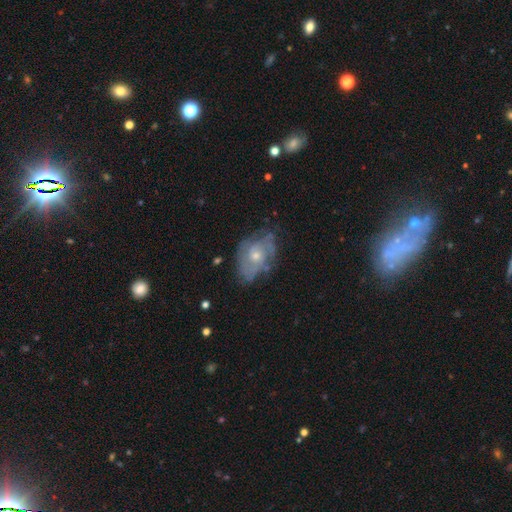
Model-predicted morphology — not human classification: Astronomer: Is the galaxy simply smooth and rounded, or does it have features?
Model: featured or disk — 66%.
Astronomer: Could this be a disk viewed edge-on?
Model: no — 95%.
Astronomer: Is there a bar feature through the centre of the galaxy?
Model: no — 82%.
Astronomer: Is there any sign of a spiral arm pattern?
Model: yes — 68%.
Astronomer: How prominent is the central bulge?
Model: small — 48% (runner-up: moderate, 47%).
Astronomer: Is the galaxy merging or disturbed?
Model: none — 61%.